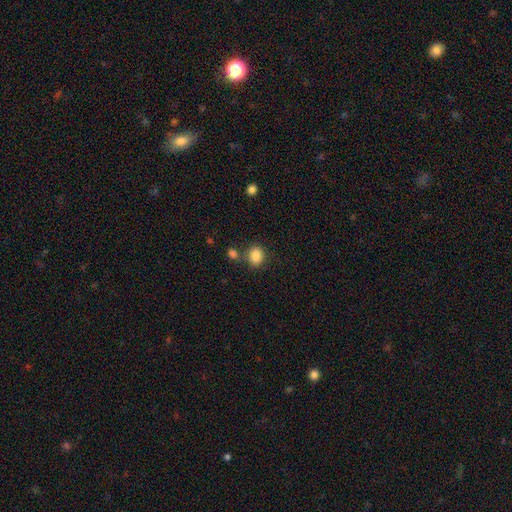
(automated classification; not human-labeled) Smooth or featured: smooth — 86% (star or artifact — 9%)
How rounded: round — 53% (in between — 46%)
Merging: none — 70% (merger — 14%)